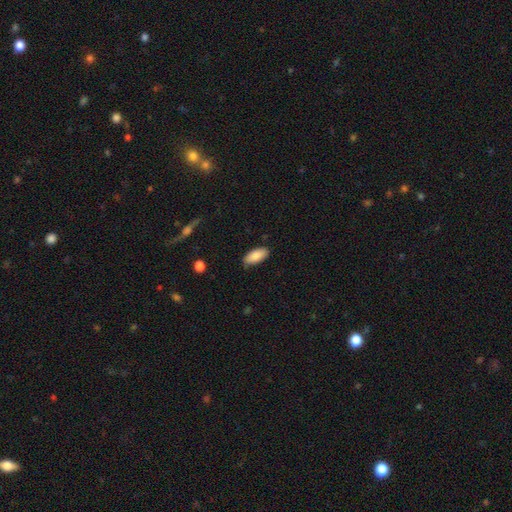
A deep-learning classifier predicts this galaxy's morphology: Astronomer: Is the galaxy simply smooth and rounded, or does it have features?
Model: smooth — 85%.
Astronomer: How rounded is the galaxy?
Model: in between — 90%.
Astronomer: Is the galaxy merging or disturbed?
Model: none — 80%.